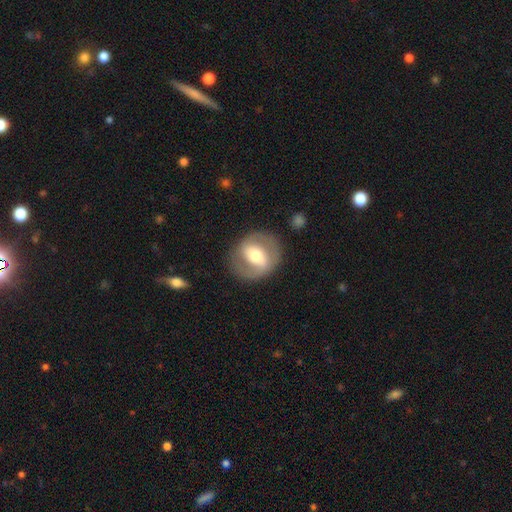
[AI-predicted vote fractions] featured or disk 61%, smooth 33%, star or artifact 6%. Down the decision tree: edge-on disk — no (94%); bar — strong (46%); spiral arms — no (50%, tied with yes); bulge size — moderate (63%); merging — none (82%).